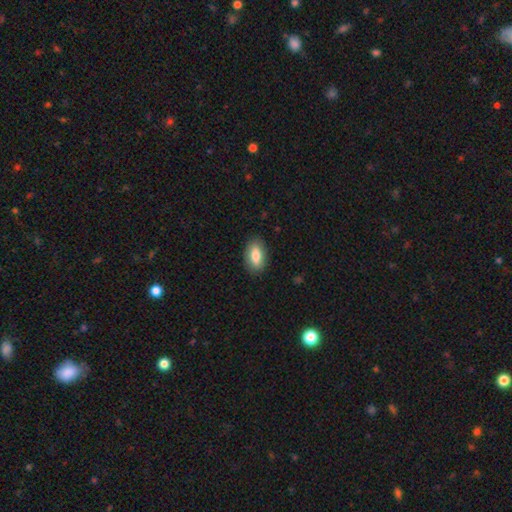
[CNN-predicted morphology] This is clearly a smooth galaxy (81%). How rounded: clearly in between (90%). Merging: clearly none (87%).